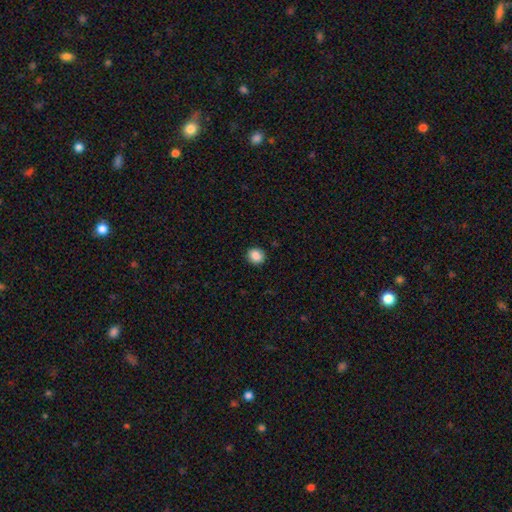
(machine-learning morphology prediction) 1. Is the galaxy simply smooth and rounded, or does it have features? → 88% smooth, 9% star or artifact, 3% featured or disk.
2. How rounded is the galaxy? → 82% round, 17% in between, 1% cigar-shaped.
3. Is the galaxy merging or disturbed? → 90% none, 7% minor disturbance, 2% major disturbance, 1% merger.